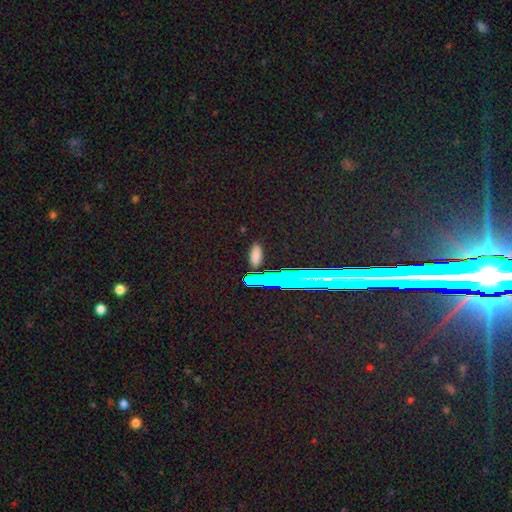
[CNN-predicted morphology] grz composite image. It shows a smooth galaxy with no disk features (64%) that is in between round and cigar-shaped (76%). Merging: none (83%).